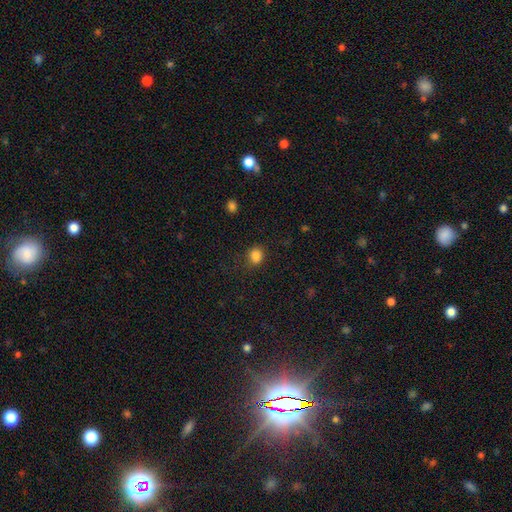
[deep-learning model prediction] A smooth galaxy with no disk features (84%) that is round (65%).

Vote fractions:
- Smooth or featured? smooth: 84% / star or artifact: 12% / featured or disk: 4%
- How rounded? round: 65% / in between: 34% / cigar-shaped: 1%
- Merging? none: 74% / minor disturbance: 17% / major disturbance: 6% / merger: 3%